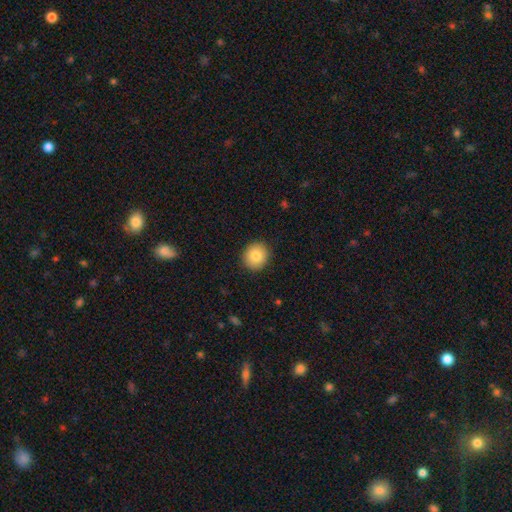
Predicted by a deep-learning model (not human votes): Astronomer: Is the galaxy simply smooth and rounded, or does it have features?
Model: smooth — 84%.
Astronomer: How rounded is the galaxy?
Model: round — 86%.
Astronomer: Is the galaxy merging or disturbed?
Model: none — 91%.